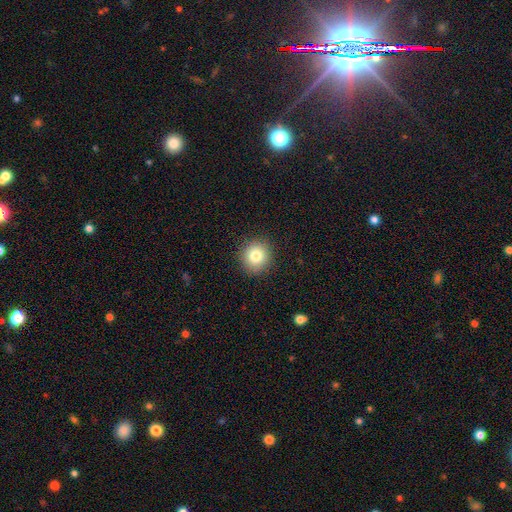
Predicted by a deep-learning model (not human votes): Q: Smooth or featured?
A: smooth (82%); runner-up: star or artifact (10%)
Q: How rounded?
A: round (89%); runner-up: in between (10%)
Q: Merging?
A: none (90%); runner-up: minor disturbance (7%)